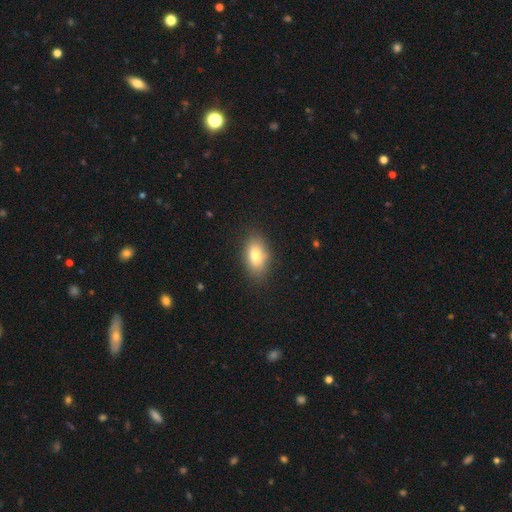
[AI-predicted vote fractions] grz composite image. It shows a smooth galaxy with no disk features (78%) that is in between round and cigar-shaped (87%). Merging: none (84%).